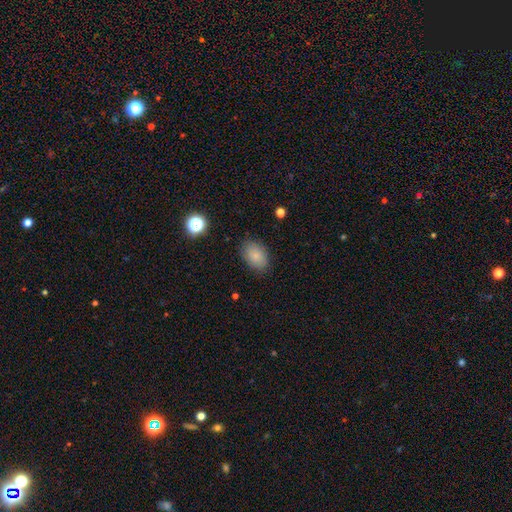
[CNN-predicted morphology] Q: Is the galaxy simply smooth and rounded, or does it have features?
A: smooth — 83%.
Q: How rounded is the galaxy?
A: in between — 84%.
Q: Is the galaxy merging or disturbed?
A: none — 84%.